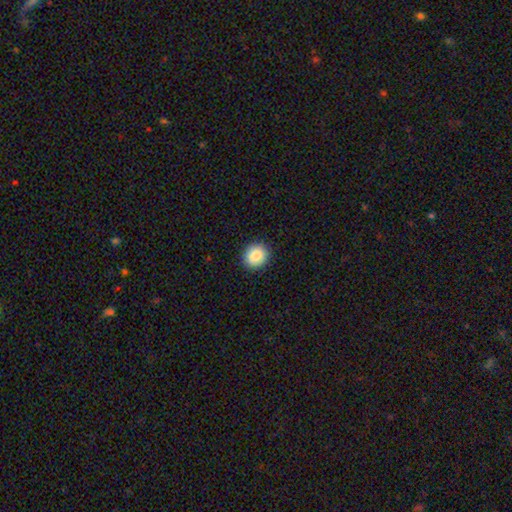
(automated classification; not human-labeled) Overall: smooth (88%). How rounded: round (74%). Merging: none (91%).